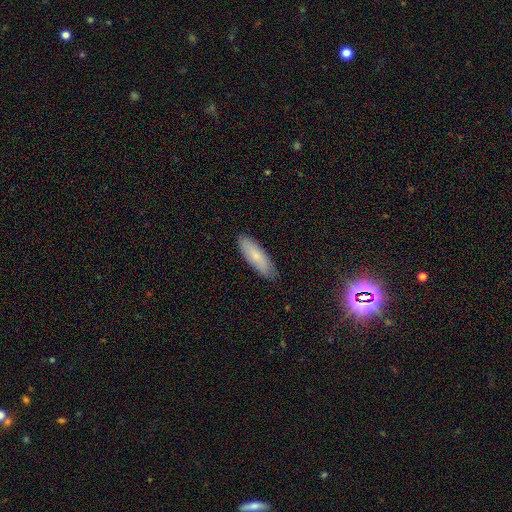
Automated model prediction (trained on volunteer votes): Q: Smooth or featured?
A: smooth (77%); runner-up: featured or disk (16%)
Q: How rounded?
A: cigar-shaped (50%); runner-up: in between (48%)
Q: Merging?
A: none (85%); runner-up: minor disturbance (12%)